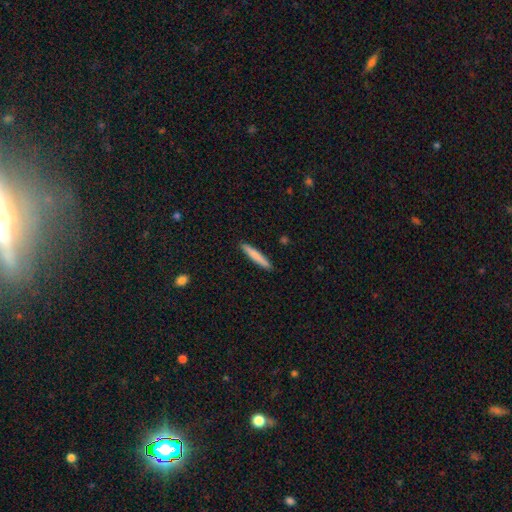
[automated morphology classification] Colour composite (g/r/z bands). It shows a smooth galaxy with no disk features (79%) that is cigar-shaped (94%). Merging: none (92%).